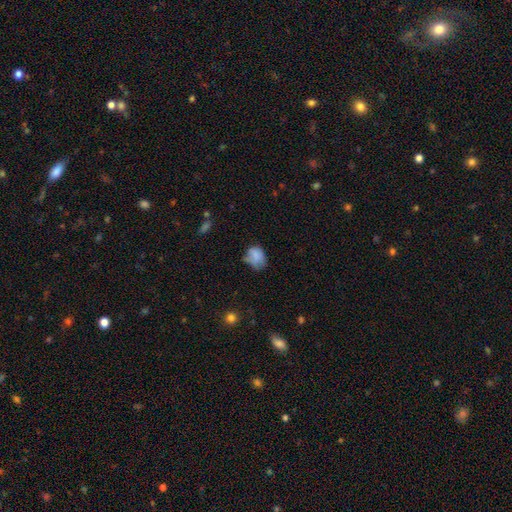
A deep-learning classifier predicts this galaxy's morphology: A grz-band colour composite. It shows a smooth galaxy with no disk features (78%) that is in between round and cigar-shaped (57%). Merging: none (42%).